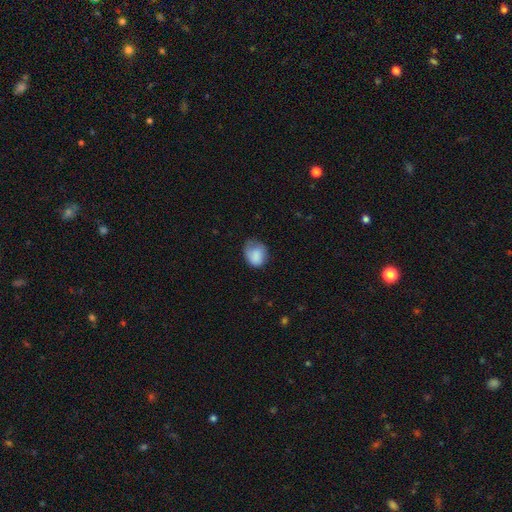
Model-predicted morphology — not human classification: A smooth galaxy with no disk features (82%) that is round (51%).

Vote fractions:
- Smooth or featured? smooth: 82% / featured or disk: 11% / star or artifact: 7%
- How rounded? round: 51% / in between: 48% / cigar-shaped: 1%
- Merging? none: 44% / minor disturbance: 37% / major disturbance: 17% / merger: 2%